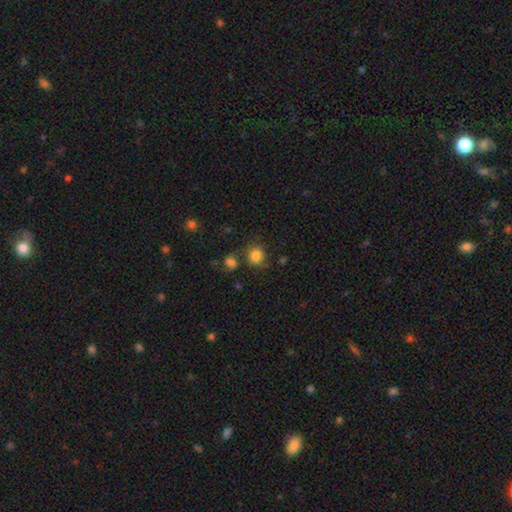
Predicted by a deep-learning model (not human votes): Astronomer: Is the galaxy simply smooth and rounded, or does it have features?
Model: smooth — 83%.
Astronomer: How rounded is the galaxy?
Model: round — 82%.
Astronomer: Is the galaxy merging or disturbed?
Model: none — 68%.